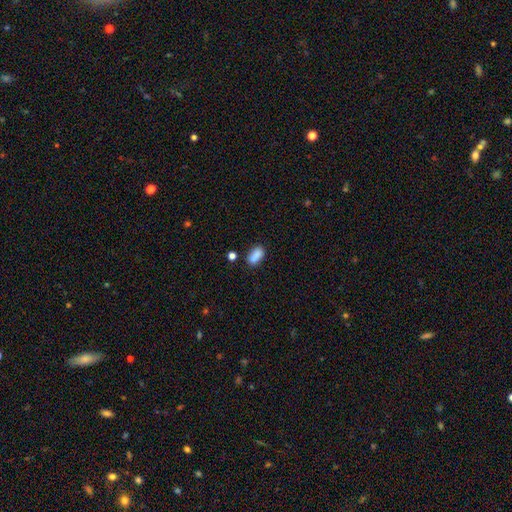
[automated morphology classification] Smooth or featured? Predicted: smooth (p=0.83). How rounded? Predicted: in between (p=0.85). Merging? Predicted: none (p=0.61).